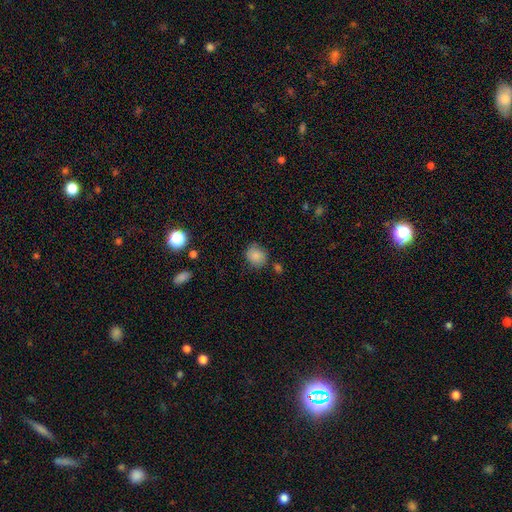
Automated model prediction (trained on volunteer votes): Smooth or featured? smooth (84%)
How rounded? round (73%)
Merging? none (74%)